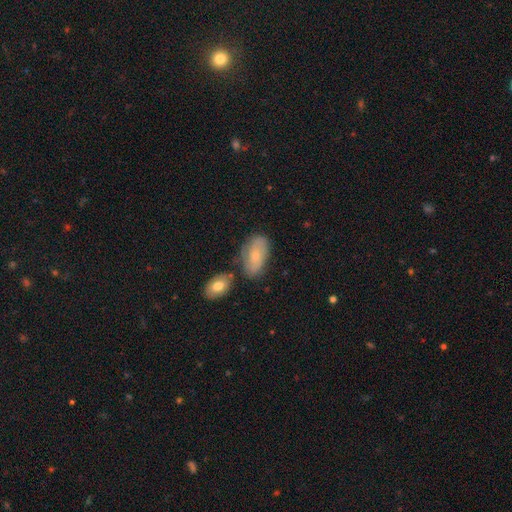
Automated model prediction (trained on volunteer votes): Morphology: type=smooth (58%); roundness=in between (92%); merging=none (57%).